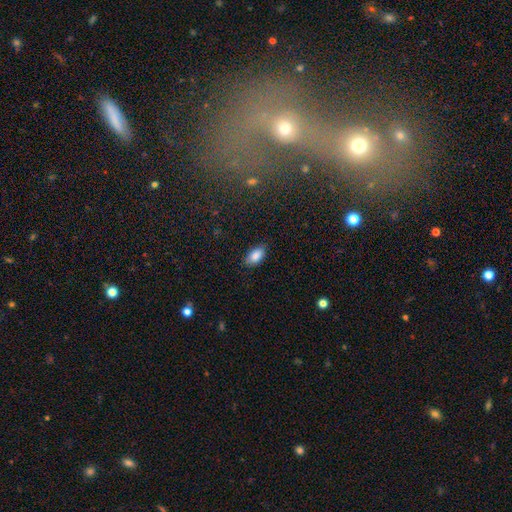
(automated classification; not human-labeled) smooth 87%, star or artifact 7%, featured or disk 6%. Down the decision tree: how rounded — in between (93%); merging — none (85%).